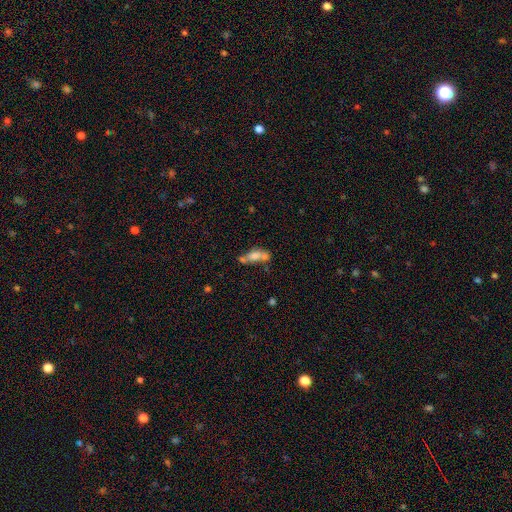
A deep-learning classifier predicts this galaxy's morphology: Smooth or featured? smooth (61%)
How rounded? in between (72%)
Merging? merger (42%)